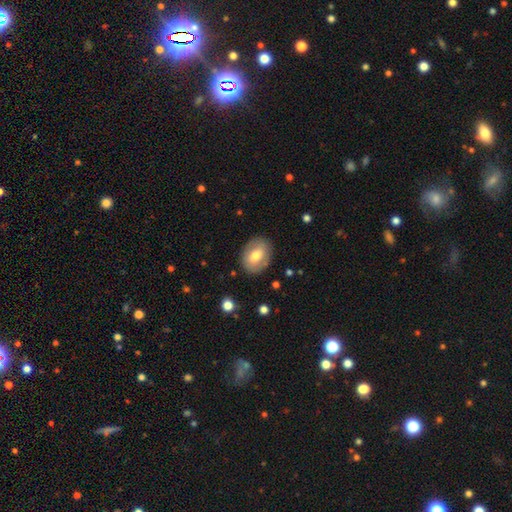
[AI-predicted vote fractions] Morphology: type=smooth (63%); roundness=in between (68%); merging=none (84%).